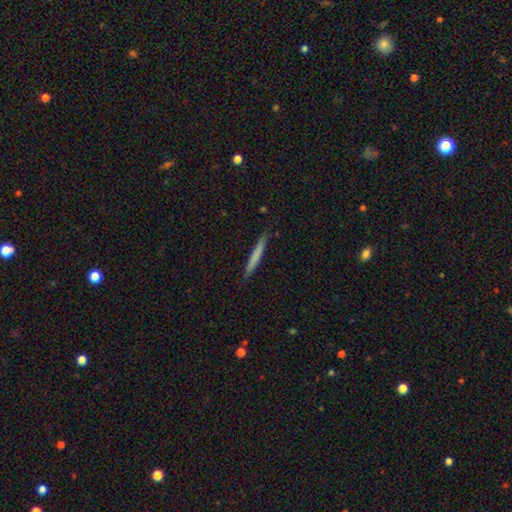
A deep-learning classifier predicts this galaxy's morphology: A smooth galaxy with no disk features (68%) that is cigar-shaped (96%). Merging: none (87%).